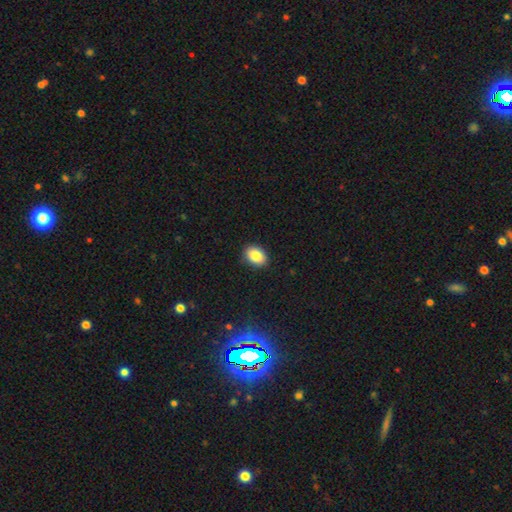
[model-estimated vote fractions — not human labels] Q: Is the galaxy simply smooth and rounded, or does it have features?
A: smooth — 87%.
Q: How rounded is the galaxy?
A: in between — 81%.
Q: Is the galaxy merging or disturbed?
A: none — 89%.